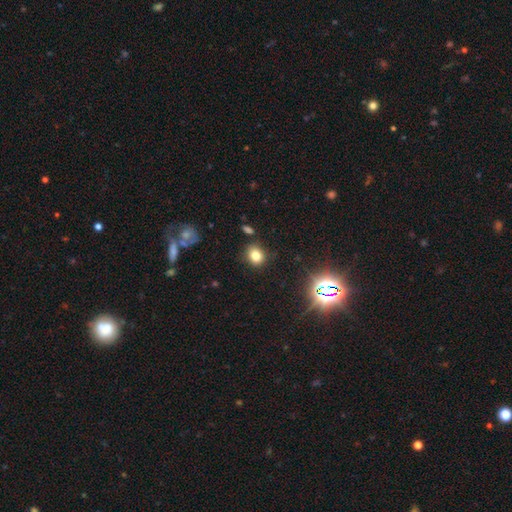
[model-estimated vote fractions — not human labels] Smooth or featured?
  - smooth: 77% *
  - star or artifact: 15%
  - featured or disk: 7%
How rounded?
  - round: 58% *
  - in between: 41%
  - cigar-shaped: 1%
Merging?
  - none: 83% *
  - minor disturbance: 11%
  - merger: 3%
  - major disturbance: 3%